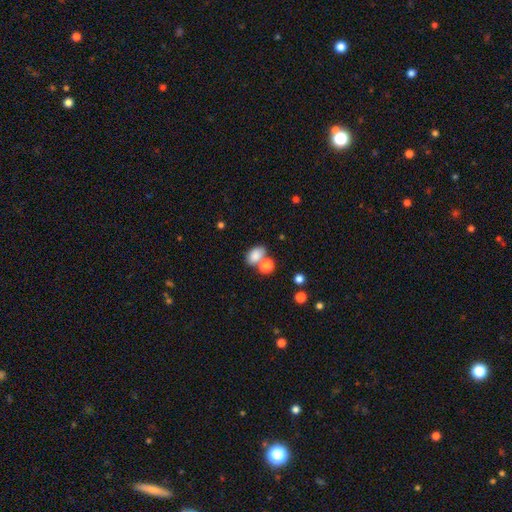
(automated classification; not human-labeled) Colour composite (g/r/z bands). It shows a smooth galaxy with no disk features (82%) that is in between round and cigar-shaped (78%). Merging: none (47%).